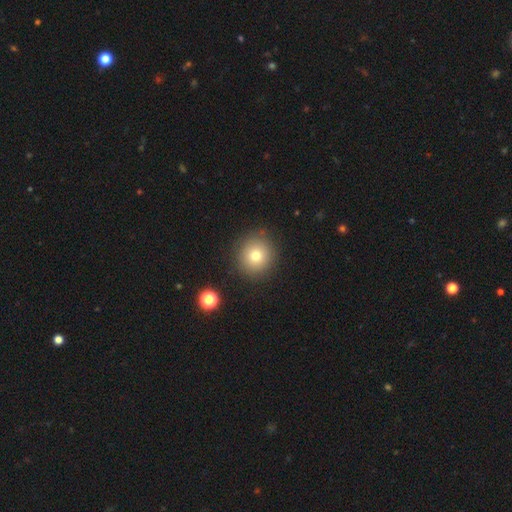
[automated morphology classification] smooth_or_featured: smooth (p=0.75) [alt: star or artifact p=0.13]
how_rounded: round (p=0.92) [alt: in between p=0.07]
merging: none (p=0.88) [alt: minor disturbance p=0.07]